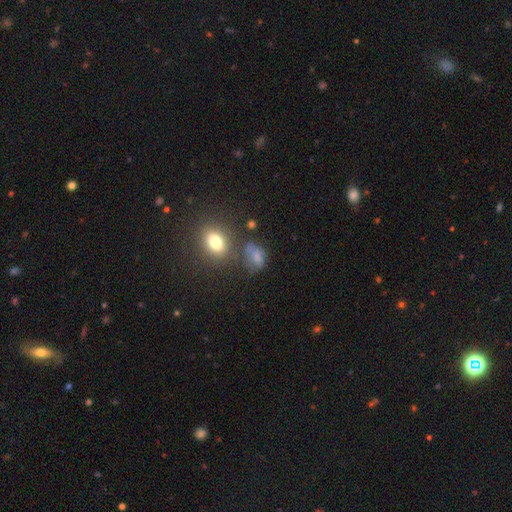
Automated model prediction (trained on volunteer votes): Q: Smooth or featured?
A: smooth (66%); runner-up: featured or disk (17%)
Q: How rounded?
A: in between (75%); runner-up: round (22%)
Q: Merging?
A: none (40%); runner-up: minor disturbance (25%)